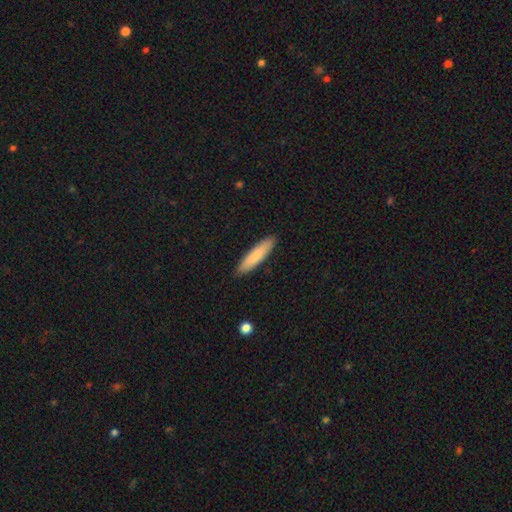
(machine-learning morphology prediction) Smooth or featured? smooth (82%)
How rounded? cigar-shaped (79%)
Merging? none (90%)